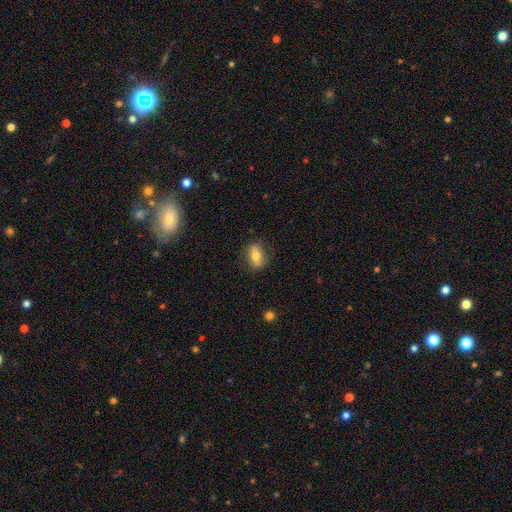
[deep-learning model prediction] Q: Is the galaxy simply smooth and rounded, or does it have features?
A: smooth — 70%.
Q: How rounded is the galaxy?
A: in between — 77%.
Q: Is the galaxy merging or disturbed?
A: none — 82%.